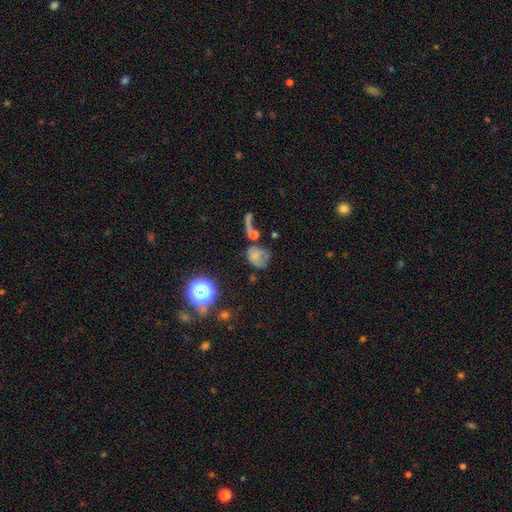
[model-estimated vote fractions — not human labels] Overall: smooth (53%; featured or disk 30%). How rounded: round (50%; in between 48%). Merging: major disturbance (31%; none 27%).